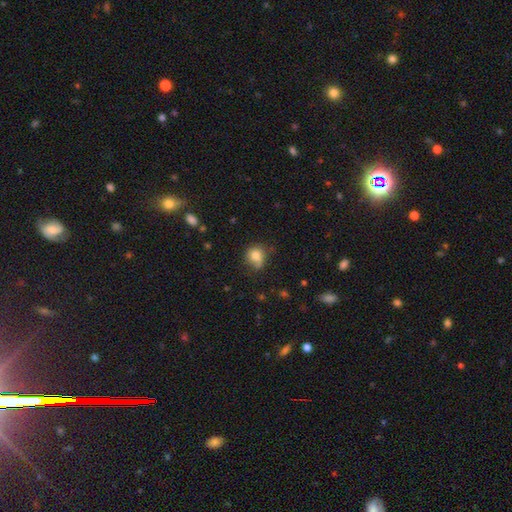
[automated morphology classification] smooth_or_featured: smooth (p=0.79) [alt: star or artifact p=0.11]
how_rounded: round (p=0.72) [alt: in between p=0.27]
merging: none (p=0.52) [alt: minor disturbance p=0.30]